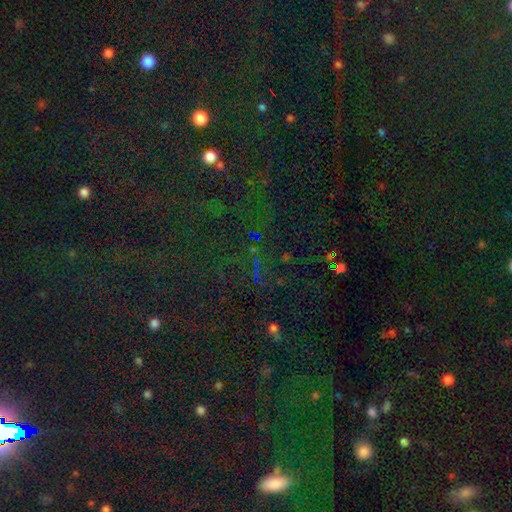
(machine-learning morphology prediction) type=star or artifact (78%).